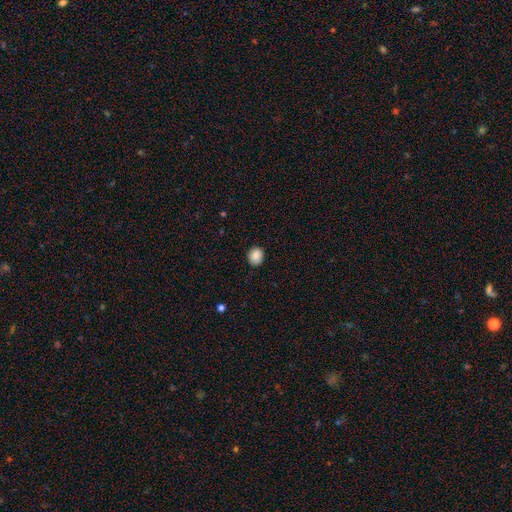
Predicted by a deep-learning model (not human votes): Morphology: type=smooth (88%); roundness=round (71%); merging=none (89%).